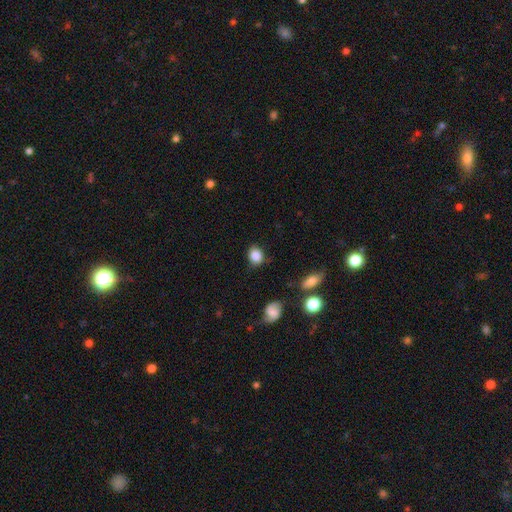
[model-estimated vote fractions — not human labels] Morphology: type=smooth (85%); roundness=round (57%); merging=none (74%).